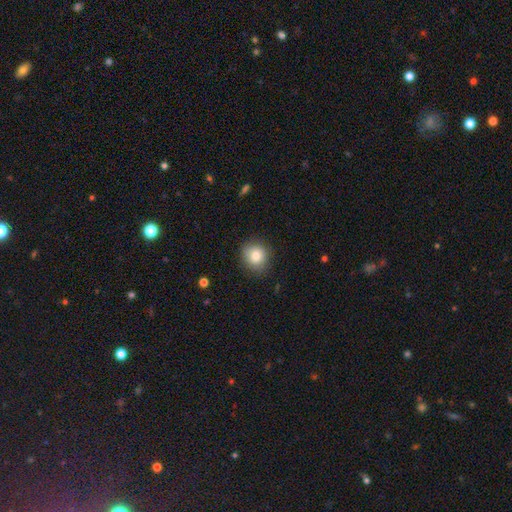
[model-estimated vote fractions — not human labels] Smooth or featured?
  - smooth: 82% *
  - star or artifact: 9%
  - featured or disk: 8%
How rounded?
  - round: 86% *
  - in between: 13%
  - cigar-shaped: 1%
Merging?
  - none: 84% *
  - minor disturbance: 12%
  - major disturbance: 3%
  - merger: 1%